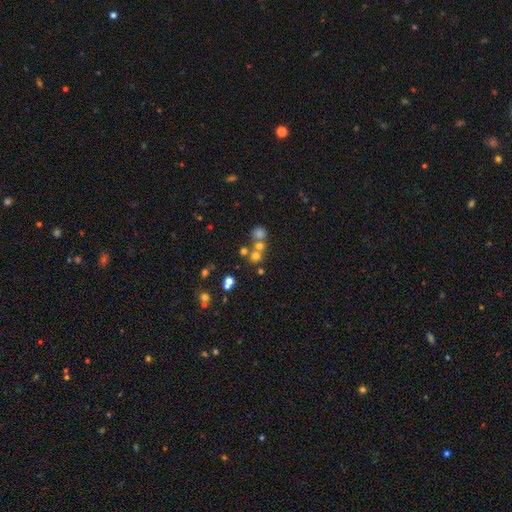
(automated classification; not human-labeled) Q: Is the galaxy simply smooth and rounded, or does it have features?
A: smooth — 59%.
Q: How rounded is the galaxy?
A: round — 86%.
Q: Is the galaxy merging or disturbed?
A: none — 51%.